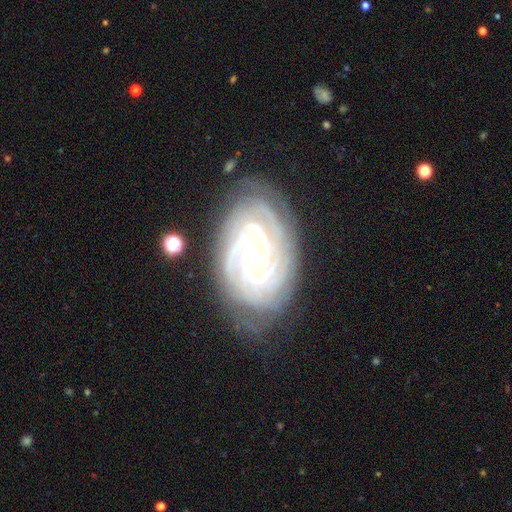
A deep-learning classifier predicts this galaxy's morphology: Smooth or featured? Predicted: featured or disk (p=0.90). Edge-on disk? Predicted: no (p=0.97). Bar? Predicted: no (p=0.43). Spiral arms? Predicted: yes (p=0.98). Spiral winding? Predicted: tight (p=0.83). Spiral arm count? Predicted: 3 (p=0.25, tied with 4). Bulge size? Predicted: moderate (p=0.55). Merging? Predicted: none (p=0.77).